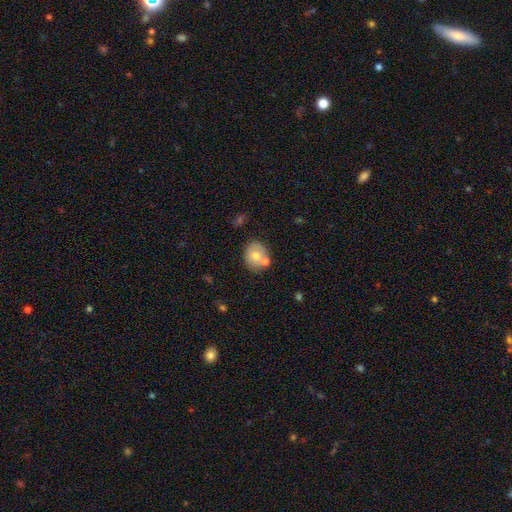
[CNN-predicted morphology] Smooth or featured? Predicted: smooth (p=0.71). How rounded? Predicted: round (p=0.61). Merging? Predicted: none (p=0.65).